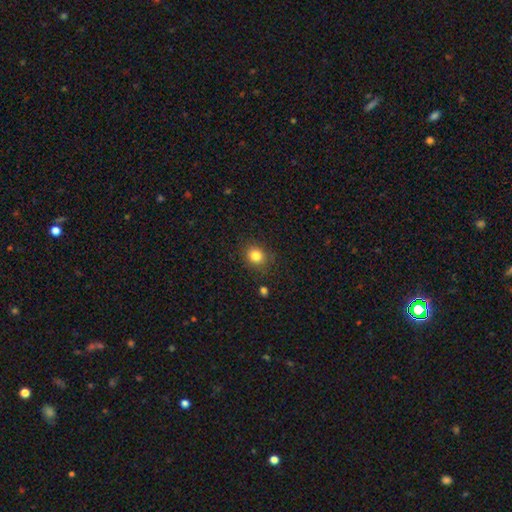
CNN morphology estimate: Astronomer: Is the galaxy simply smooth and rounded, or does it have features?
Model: smooth — 83%.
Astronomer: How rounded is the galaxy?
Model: round — 71%.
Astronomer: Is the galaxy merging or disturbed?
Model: none — 84%.